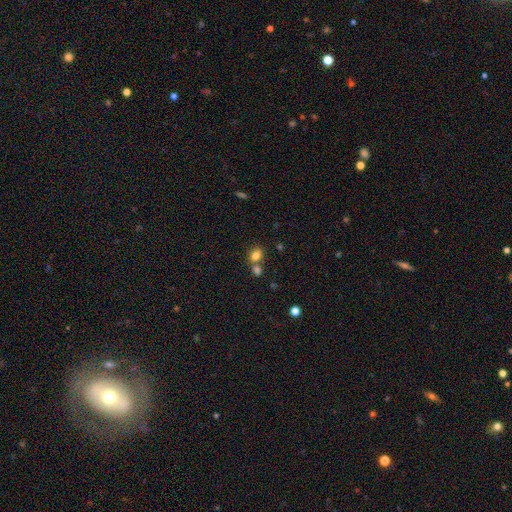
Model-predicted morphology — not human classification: Q: Smooth or featured?
A: smooth (79%); runner-up: star or artifact (12%)
Q: How rounded?
A: round (50%); runner-up: in between (49%)
Q: Merging?
A: none (48%); runner-up: merger (38%)